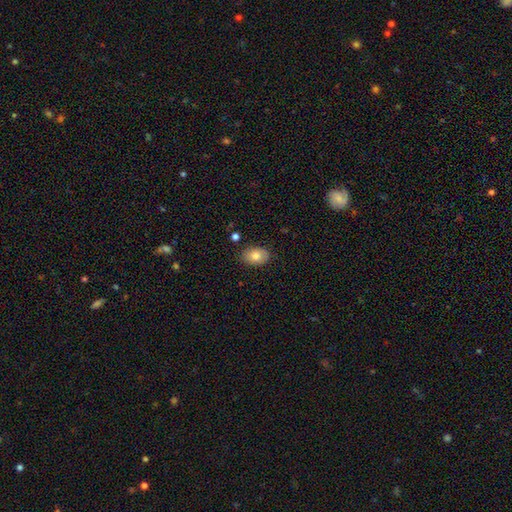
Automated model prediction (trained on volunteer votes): Smooth or featured? smooth (81%)
How rounded? in between (83%)
Merging? none (84%)